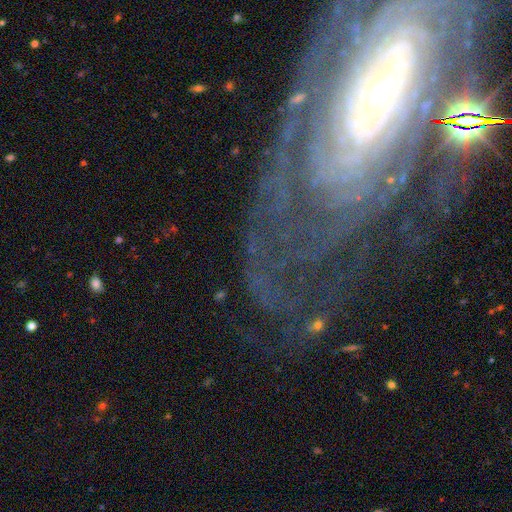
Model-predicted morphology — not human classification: Smooth or featured? featured or disk (82%)
Edge-on disk? no (92%)
Bar? no (56%)
Spiral arms? yes (91%)
Spiral winding? tight (73%)
Spiral arm count? can't tell (36%)
Bulge size? small (54%)
Merging? none (69%)